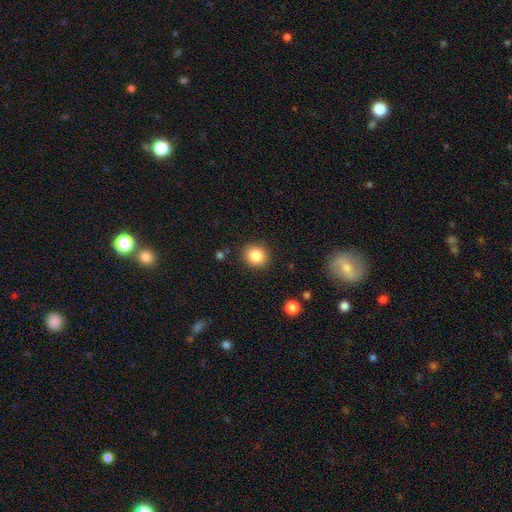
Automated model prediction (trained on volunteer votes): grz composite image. It shows a smooth galaxy with no disk features (85%) that is round (83%). Merging: none (88%).